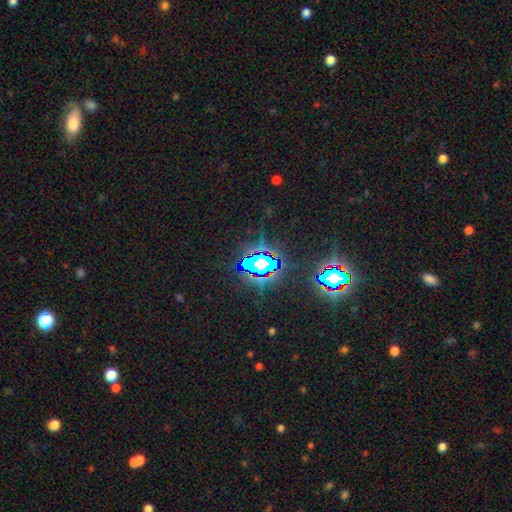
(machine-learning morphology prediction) Overall: star or artifact (82%).